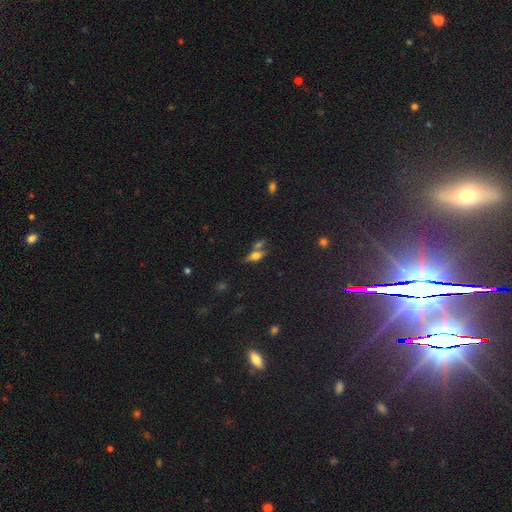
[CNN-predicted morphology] A smooth galaxy with no disk features (43%, tied with featured or disk).

Vote fractions:
- Smooth or featured? smooth: 43% (tied) / featured or disk: 43% (tied) / star or artifact: 14%
- Merging? none: 52% / merger: 29% / minor disturbance: 13% / major disturbance: 6%